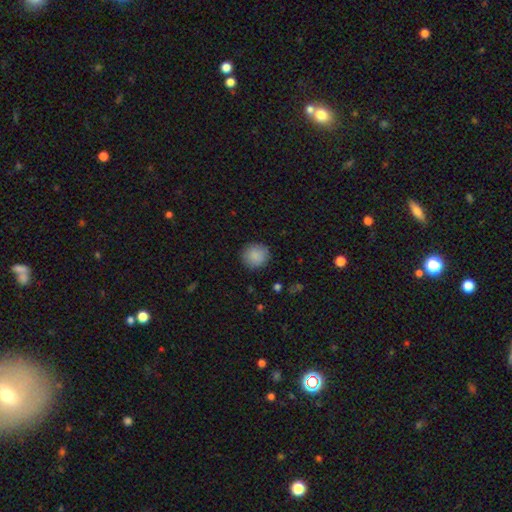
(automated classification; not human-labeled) A smooth galaxy with no disk features (88%) that is round (89%).

Vote fractions:
- Smooth or featured? smooth: 88% / star or artifact: 8% / featured or disk: 4%
- How rounded? round: 89% / in between: 10% / cigar-shaped: 1%
- Merging? none: 90% / minor disturbance: 7% / major disturbance: 2% / merger: 1%